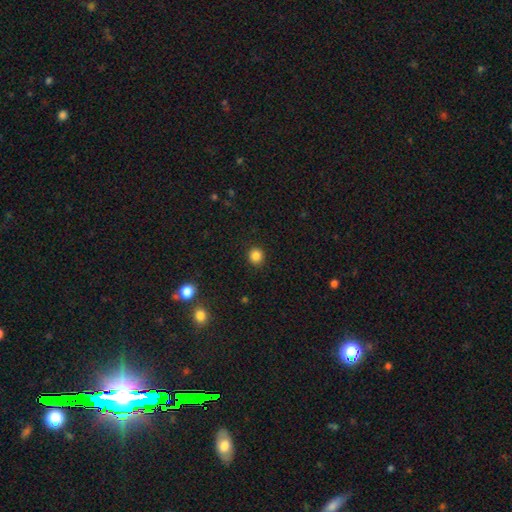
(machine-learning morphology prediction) smooth_or_featured: smooth (p=0.86) [alt: star or artifact p=0.11]
how_rounded: round (p=0.91) [alt: in between p=0.08]
merging: none (p=0.92) [alt: minor disturbance p=0.05]